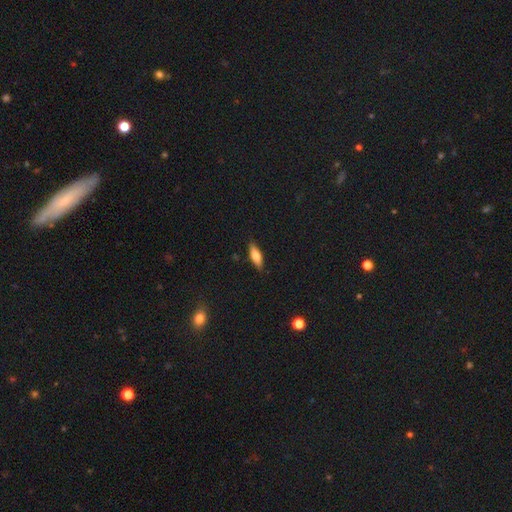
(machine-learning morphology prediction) smooth 70%, featured or disk 23%, star or artifact 7%. Down the decision tree: how rounded — in between (51%); merging — none (86%).